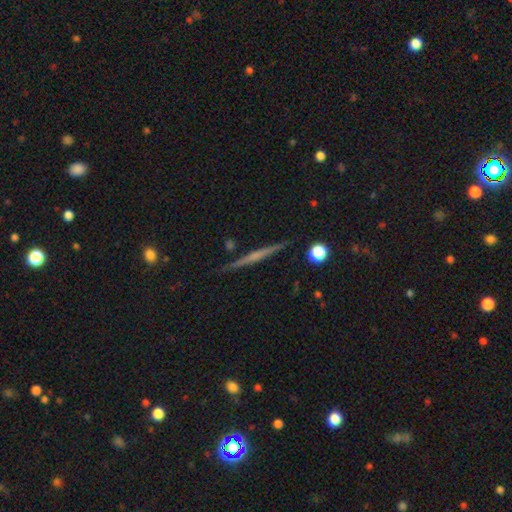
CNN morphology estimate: Smooth or featured?
  - featured or disk: 68% *
  - smooth: 25%
  - star or artifact: 7%
Edge-on disk?
  - yes: 98% *
  - no: 2%
Edge-on bulge?
  - none: 51% *
  - rounded: 37%
  - boxy: 11%
Merging?
  - none: 90% *
  - minor disturbance: 7%
  - merger: 2%
  - major disturbance: 2%